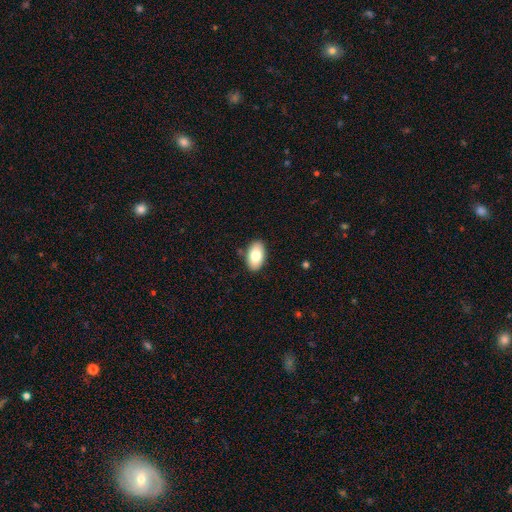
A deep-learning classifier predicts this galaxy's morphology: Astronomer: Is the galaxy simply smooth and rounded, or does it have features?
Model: smooth — 80%.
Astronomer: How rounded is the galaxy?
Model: in between — 94%.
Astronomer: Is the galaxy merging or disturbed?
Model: none — 87%.